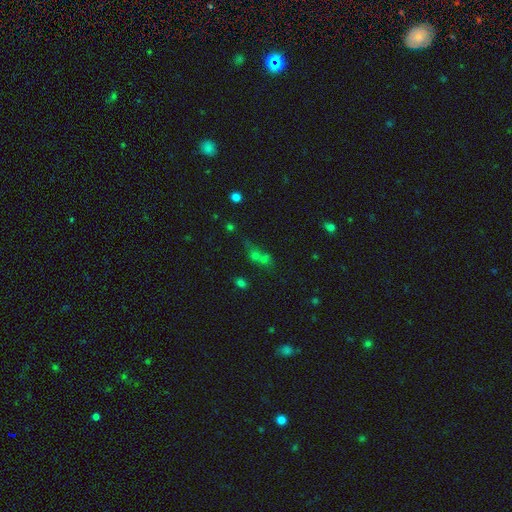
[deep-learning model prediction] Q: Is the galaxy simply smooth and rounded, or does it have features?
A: smooth — 53%.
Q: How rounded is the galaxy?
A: round — 61%.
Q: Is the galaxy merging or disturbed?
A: merger — 55%.